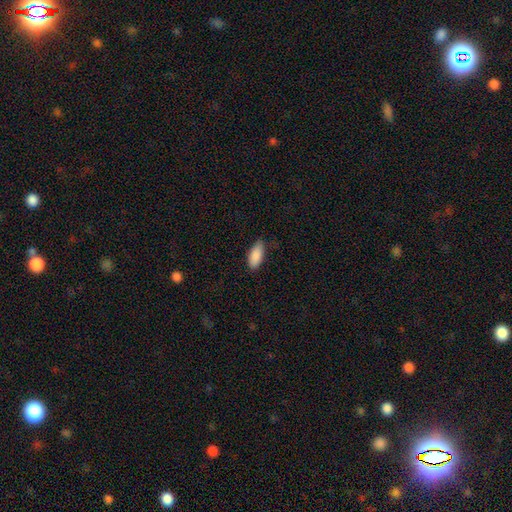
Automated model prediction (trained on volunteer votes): This appears to be a smooth galaxy with no disk features (89%) that is in between round and cigar-shaped (87%). Merging: none (78%).